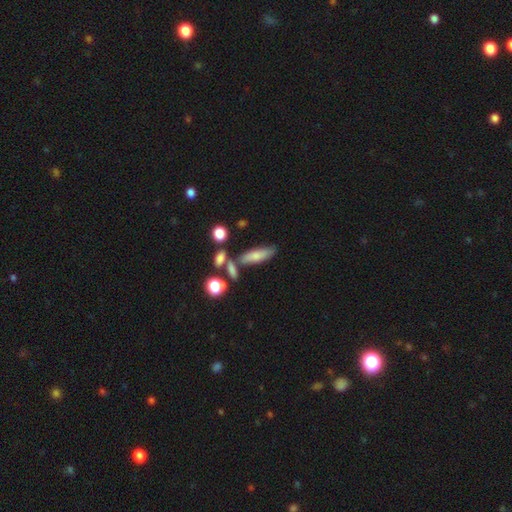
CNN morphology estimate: A smooth galaxy with no disk features (70%) that is cigar-shaped (51%). Merging: none (64%).